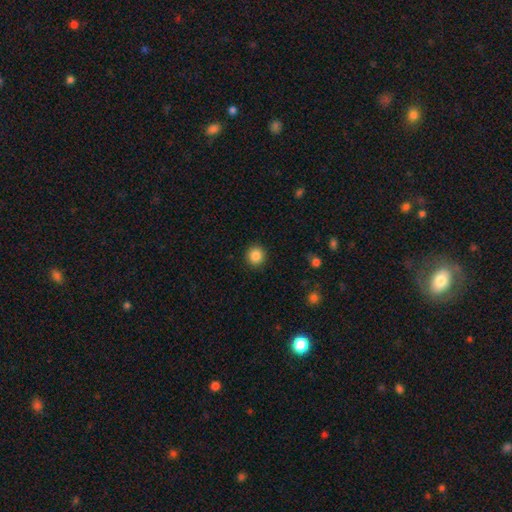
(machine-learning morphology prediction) The model was most divided on "smooth or featured": smooth: 86%, star or artifact: 10%, featured or disk: 4%. More confident: merging — none (91%); how rounded — round (91%).